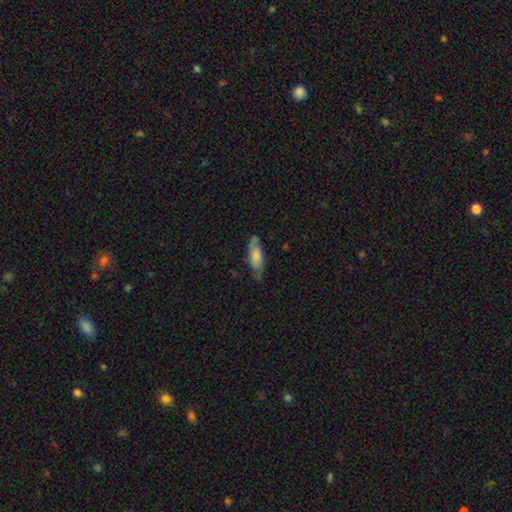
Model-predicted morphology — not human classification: smooth-or-featured: smooth: 50% | featured or disk: 44% | star or artifact: 6%
  merging: none: 68% | minor disturbance: 23% | major disturbance: 6% | merger: 2%